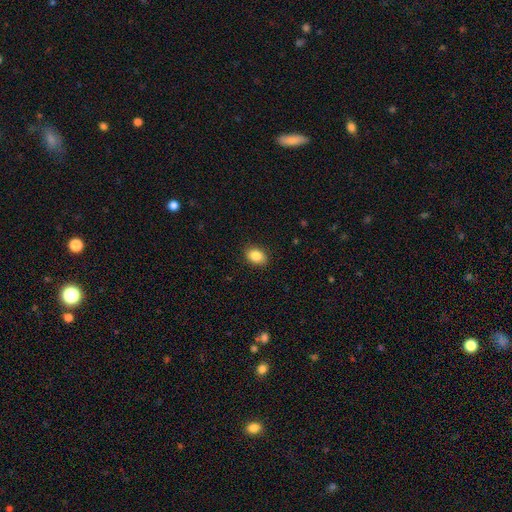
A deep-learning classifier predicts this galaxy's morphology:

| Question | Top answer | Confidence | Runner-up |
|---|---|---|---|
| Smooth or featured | smooth | 87% | star or artifact (8%) |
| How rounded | in between | 80% | round (19%) |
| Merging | none | 88% | minor disturbance (9%) |